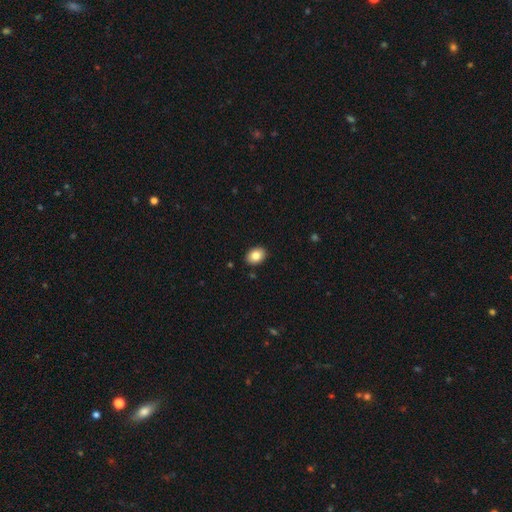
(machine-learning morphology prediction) smooth_or_featured: smooth (p=0.84) [alt: featured or disk p=0.08]
how_rounded: in between (p=0.75) [alt: round p=0.25]
merging: none (p=0.90) [alt: minor disturbance p=0.07]